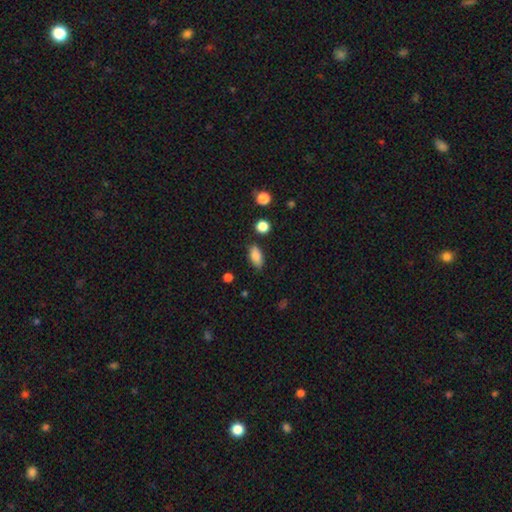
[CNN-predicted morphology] The model was most divided on "merging": none: 81%, minor disturbance: 13%, major disturbance: 3%, merger: 3%. More confident: how rounded — in between (87%); smooth or featured — smooth (86%).